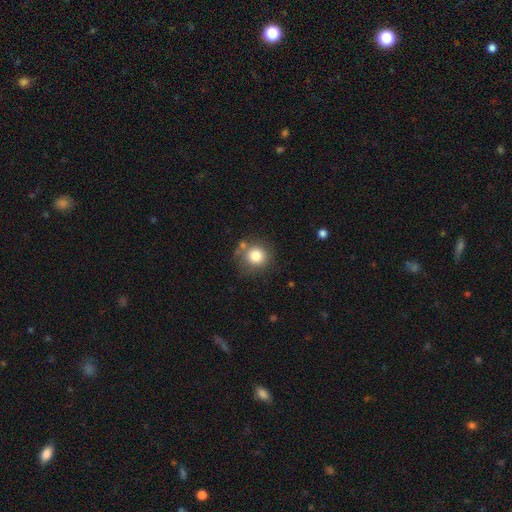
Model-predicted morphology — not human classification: Smooth or featured? smooth (80%)
How rounded? round (92%)
Merging? none (74%)